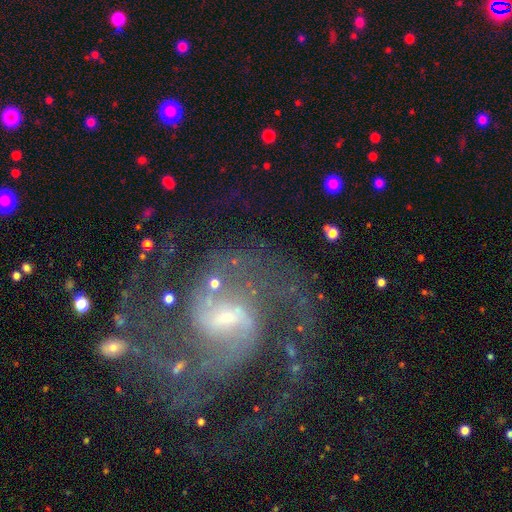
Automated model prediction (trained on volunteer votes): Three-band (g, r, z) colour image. It shows a featured or disk galaxy (91%) with a weak bar (58%), 2 (77%) medium (56%) spiral arms (98%) and a small central bulge (51%). Merging: none (66%).